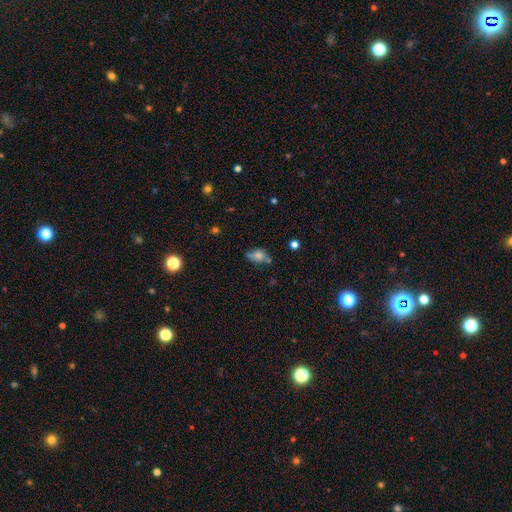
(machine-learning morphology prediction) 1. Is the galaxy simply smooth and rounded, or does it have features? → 58% smooth, 25% featured or disk, 17% star or artifact.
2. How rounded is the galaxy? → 74% in between, 19% round, 7% cigar-shaped.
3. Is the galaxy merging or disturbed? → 54% none, 28% minor disturbance, 10% major disturbance, 7% merger.